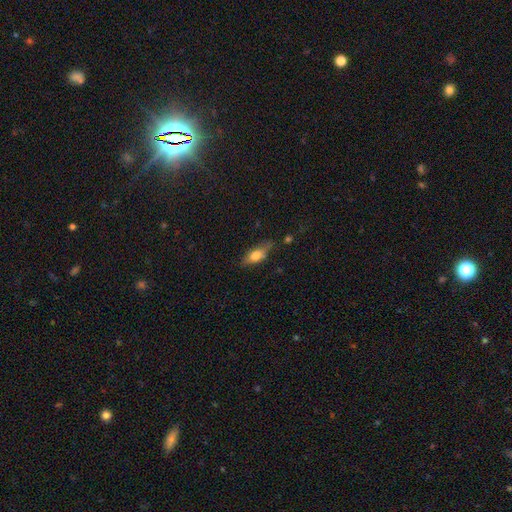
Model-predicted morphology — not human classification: This is likely a smooth galaxy (65%). How rounded: likely in between (69%). Merging: likely none (64%).